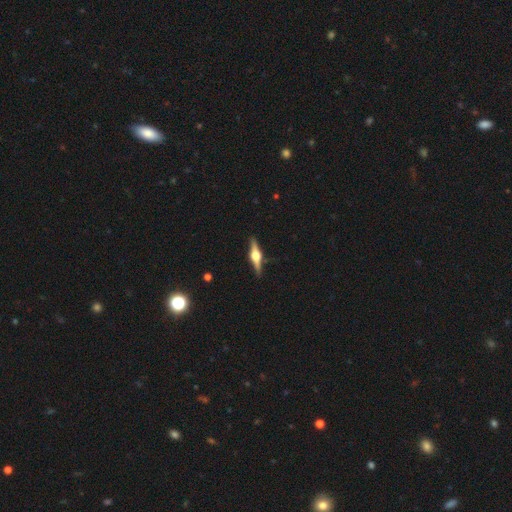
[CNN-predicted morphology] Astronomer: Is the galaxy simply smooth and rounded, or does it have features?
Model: featured or disk — 80%.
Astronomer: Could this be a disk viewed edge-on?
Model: yes — 98%.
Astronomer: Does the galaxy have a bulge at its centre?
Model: rounded — 94%.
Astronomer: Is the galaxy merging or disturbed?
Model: none — 90%.